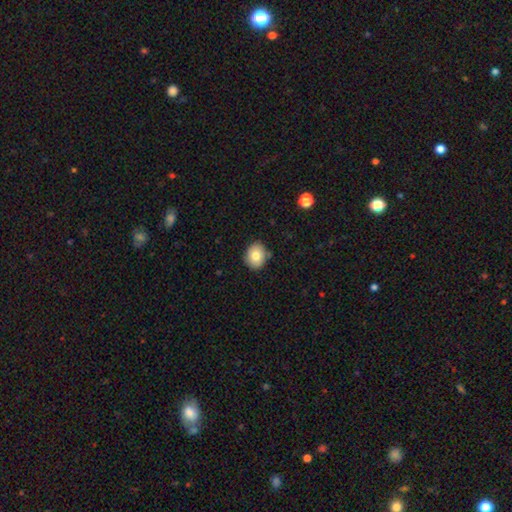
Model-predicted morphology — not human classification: A smooth galaxy with no disk features (78%) that is round (62%). Merging: none (84%).